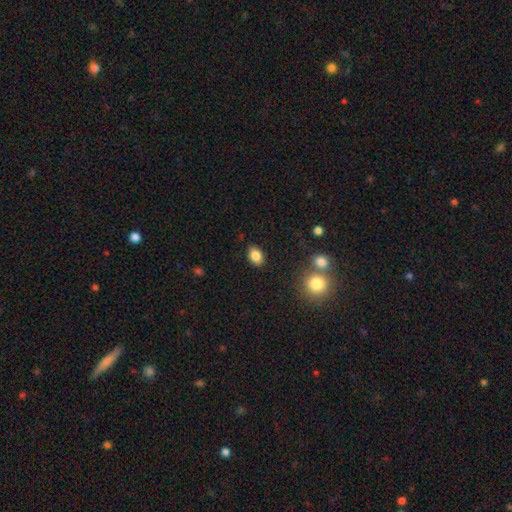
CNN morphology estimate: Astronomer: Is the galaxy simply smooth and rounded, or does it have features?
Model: smooth — 85%.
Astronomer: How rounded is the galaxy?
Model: in between — 83%.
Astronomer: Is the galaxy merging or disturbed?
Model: none — 87%.